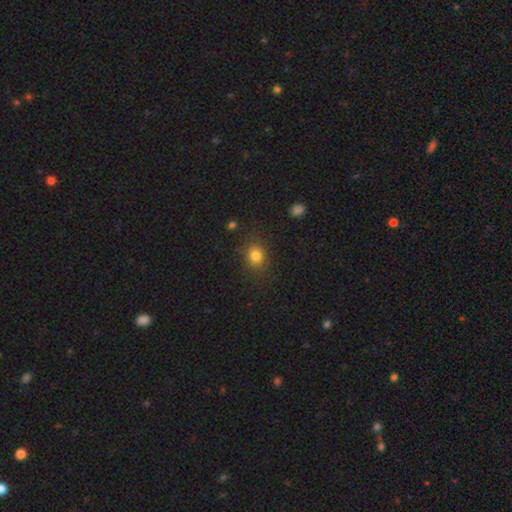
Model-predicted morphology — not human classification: Smooth or featured: smooth — 81% (star or artifact — 13%)
How rounded: round — 63% (in between — 36%)
Merging: none — 82% (minor disturbance — 12%)